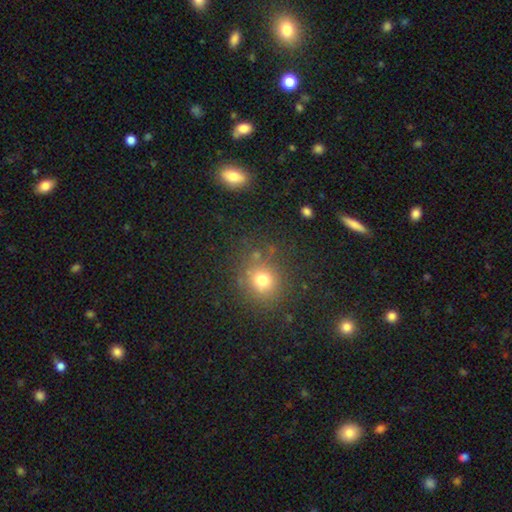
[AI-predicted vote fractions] smooth_or_featured: smooth (p=0.66) [alt: star or artifact p=0.24]
how_rounded: round (p=0.83) [alt: in between p=0.16]
merging: none (p=0.80) [alt: minor disturbance p=0.10]